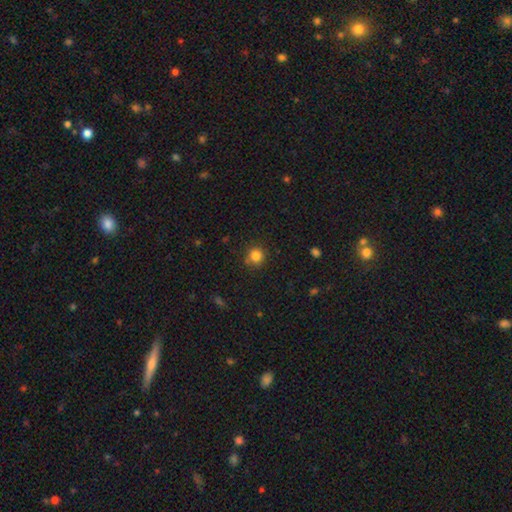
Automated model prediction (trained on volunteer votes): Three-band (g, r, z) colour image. It shows a smooth galaxy with no disk features (83%) that is round (92%). Merging: none (84%).